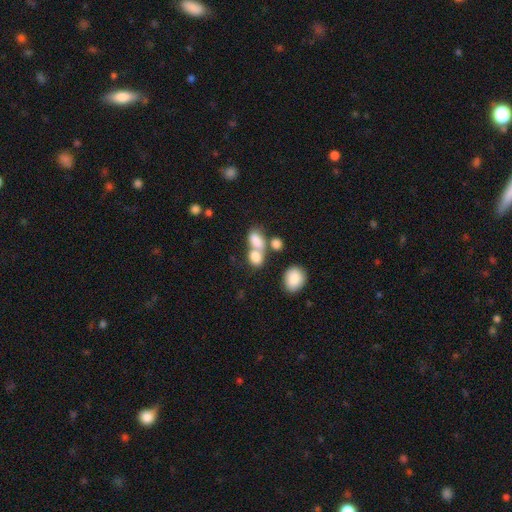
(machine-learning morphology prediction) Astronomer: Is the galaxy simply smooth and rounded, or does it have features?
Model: smooth — 79%.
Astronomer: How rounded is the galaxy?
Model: in between — 75%.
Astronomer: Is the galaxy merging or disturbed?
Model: merger — 61%.